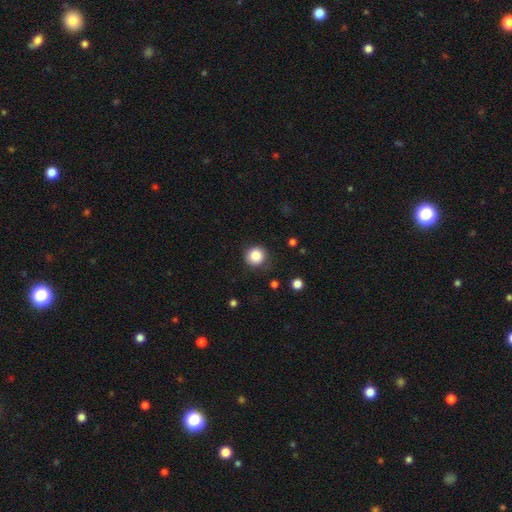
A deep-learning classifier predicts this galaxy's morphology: Overall: smooth (86%). How rounded: round (93%). Merging: none (84%).